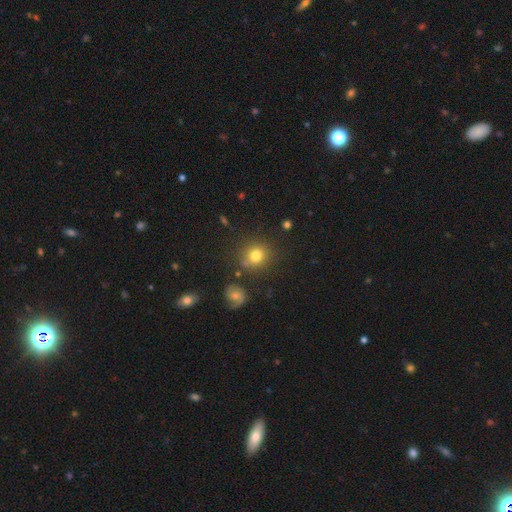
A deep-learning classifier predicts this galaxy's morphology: Smooth or featured? smooth (76%)
How rounded? round (85%)
Merging? none (78%)